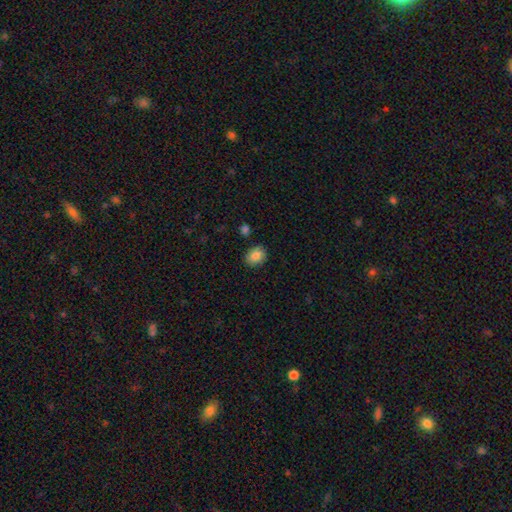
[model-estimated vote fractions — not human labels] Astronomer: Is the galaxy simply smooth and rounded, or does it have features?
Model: smooth — 86%.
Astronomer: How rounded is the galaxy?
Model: in between — 53% (runner-up: round, 46%).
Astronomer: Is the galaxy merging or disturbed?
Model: none — 86%.